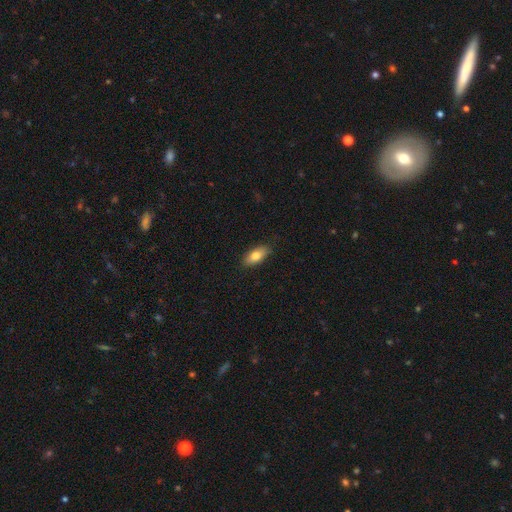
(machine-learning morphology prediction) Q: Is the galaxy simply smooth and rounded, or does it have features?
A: smooth — 77%.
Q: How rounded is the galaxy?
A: in between — 85%.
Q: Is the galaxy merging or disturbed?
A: none — 86%.